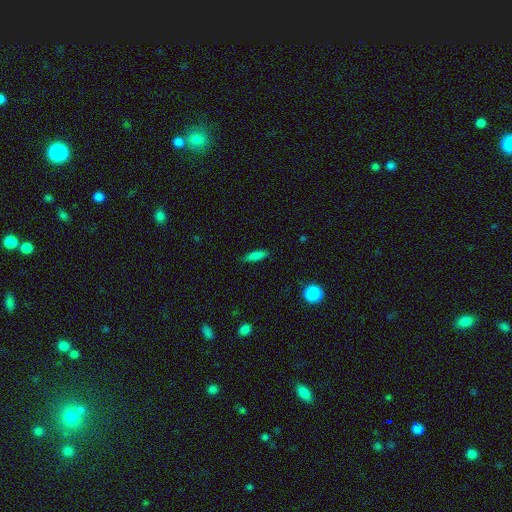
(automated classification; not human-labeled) Smooth or featured?
  - smooth: 82% *
  - star or artifact: 10%
  - featured or disk: 9%
How rounded?
  - cigar-shaped: 55% *
  - in between: 42%
  - round: 3%
Merging?
  - none: 84% *
  - minor disturbance: 12%
  - major disturbance: 3%
  - merger: 1%